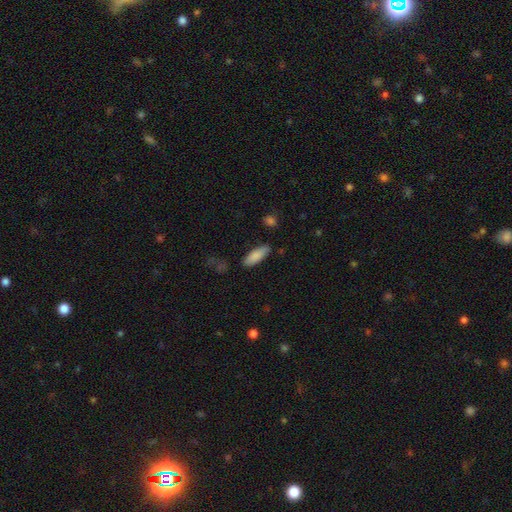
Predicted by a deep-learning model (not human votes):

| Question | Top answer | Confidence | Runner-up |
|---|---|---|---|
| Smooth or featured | smooth | 85% | featured or disk (8%) |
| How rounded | in between | 66% | cigar-shaped (32%) |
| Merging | none | 80% | minor disturbance (14%) |